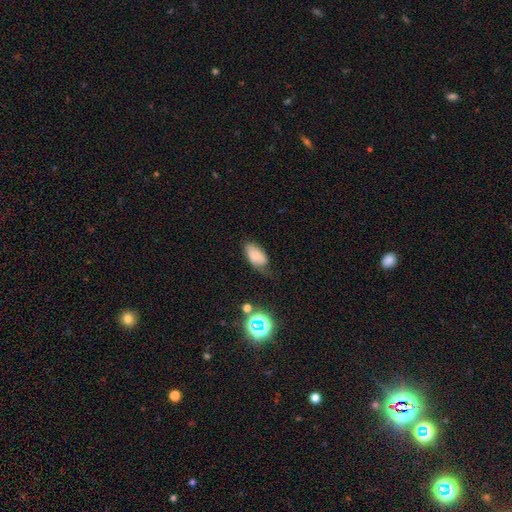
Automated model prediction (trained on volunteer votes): Smooth or featured? smooth (65%)
How rounded? in between (92%)
Merging? none (44%)